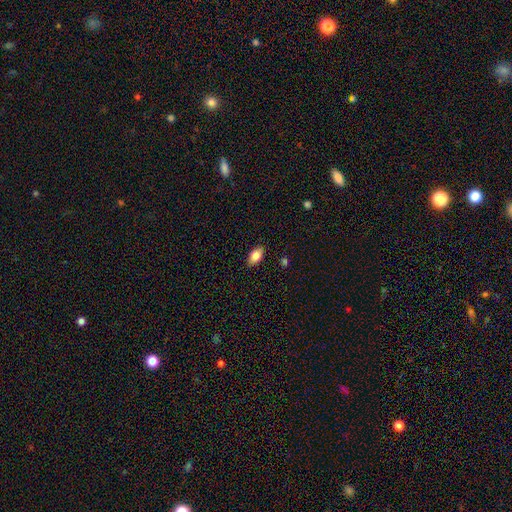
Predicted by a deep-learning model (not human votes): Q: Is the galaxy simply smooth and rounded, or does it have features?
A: smooth — 81%.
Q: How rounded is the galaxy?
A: in between — 91%.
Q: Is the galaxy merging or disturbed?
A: none — 87%.